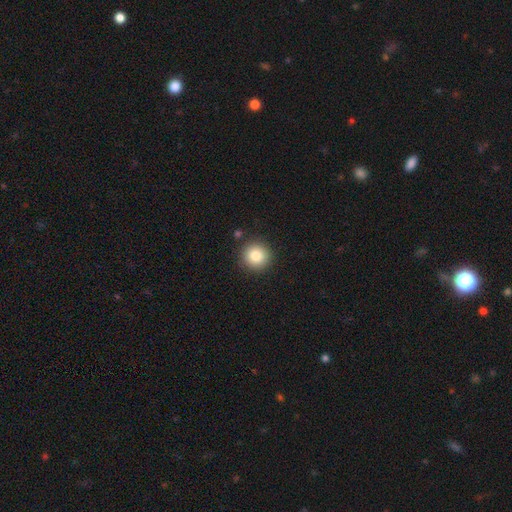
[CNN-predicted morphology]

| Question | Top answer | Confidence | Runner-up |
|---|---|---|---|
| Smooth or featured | smooth | 83% | star or artifact (10%) |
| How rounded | round | 93% | in between (6%) |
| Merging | none | 89% | minor disturbance (7%) |